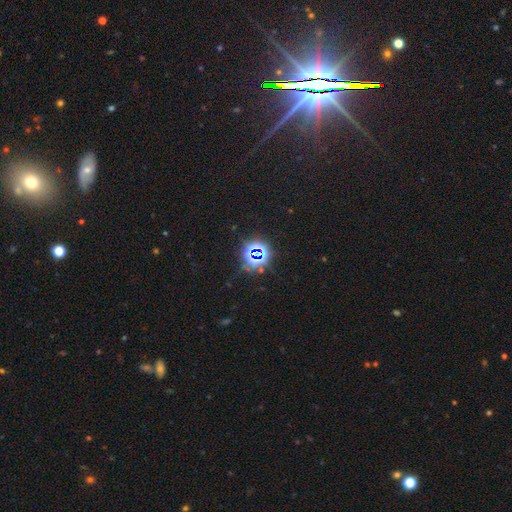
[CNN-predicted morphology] type=star or artifact (76%).